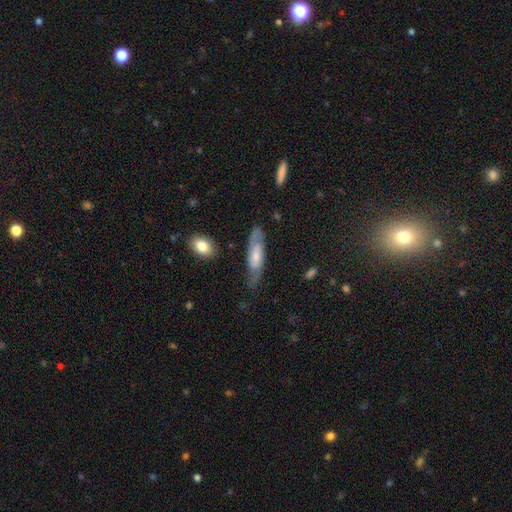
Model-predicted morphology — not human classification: Smooth or featured: featured or disk — 58% (smooth — 36%)
Edge-on disk: no — 76% (yes — 24%)
Merging: none — 66% (minor disturbance — 23%)